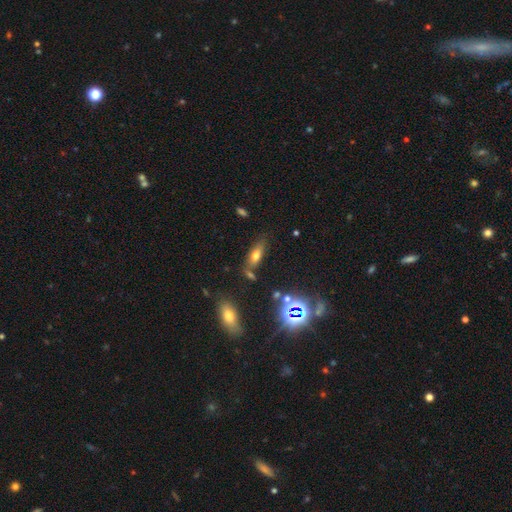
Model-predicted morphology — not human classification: Q: Smooth or featured?
A: smooth (60%); runner-up: featured or disk (23%)
Q: How rounded?
A: in between (64%); runner-up: cigar-shaped (31%)
Q: Merging?
A: none (66%); runner-up: minor disturbance (16%)